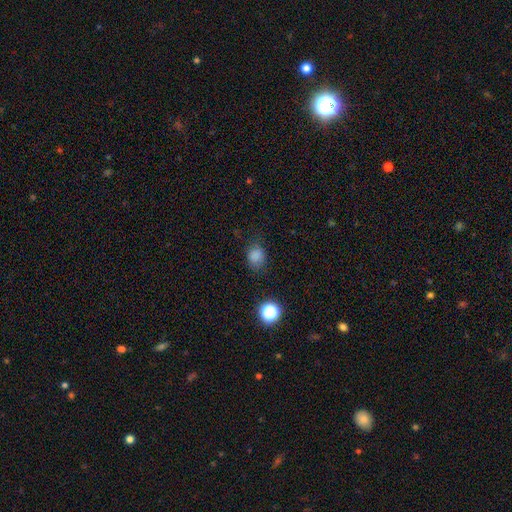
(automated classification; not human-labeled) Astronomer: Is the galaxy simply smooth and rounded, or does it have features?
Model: smooth — 81%.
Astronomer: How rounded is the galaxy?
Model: round — 59% (runner-up: in between, 40%).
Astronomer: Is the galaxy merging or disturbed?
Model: none — 71%.